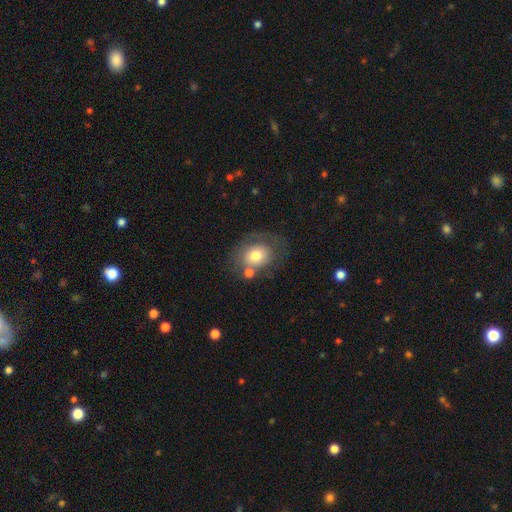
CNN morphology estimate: Smooth or featured?
  - smooth: 65% *
  - featured or disk: 26%
  - star or artifact: 9%
How rounded?
  - round: 51% *
  - in between: 48%
  - cigar-shaped: 1%
Merging?
  - none: 55% *
  - minor disturbance: 19%
  - merger: 14%
  - major disturbance: 12%